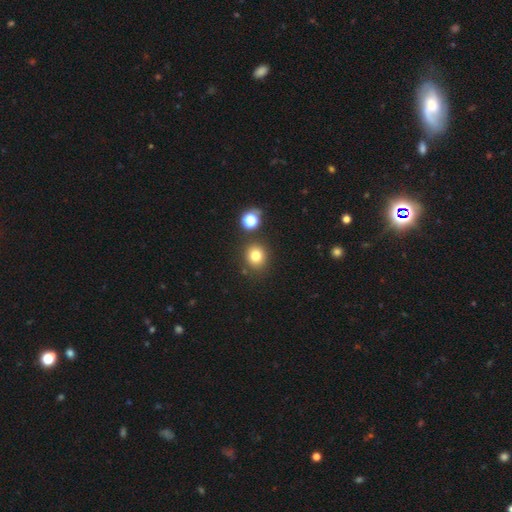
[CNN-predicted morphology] Smooth or featured: smooth — 77% (star or artifact — 15%)
How rounded: round — 80% (in between — 19%)
Merging: none — 80% (minor disturbance — 9%)